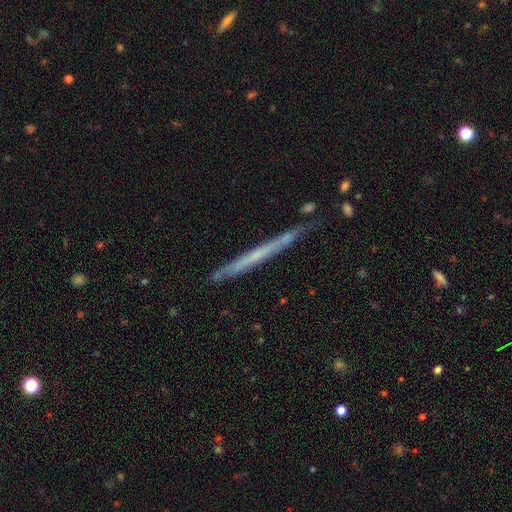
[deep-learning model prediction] This appears to be a featured or disk galaxy (56%) viewed edge-on (96%) with no central bulge (86%). Merging: none (82%).